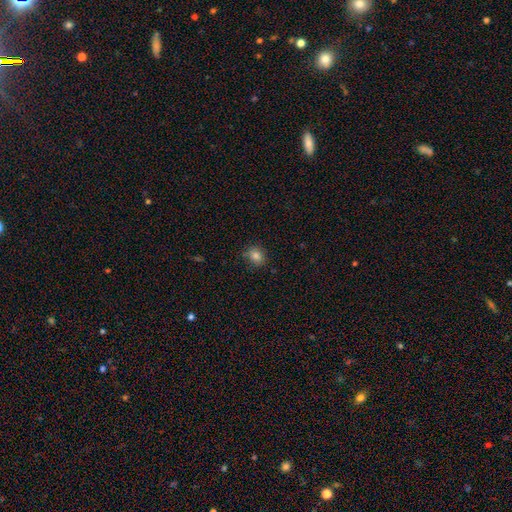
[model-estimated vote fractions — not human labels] Smooth or featured? Predicted: smooth (p=0.82). How rounded? Predicted: round (p=0.61). Merging? Predicted: none (p=0.77).